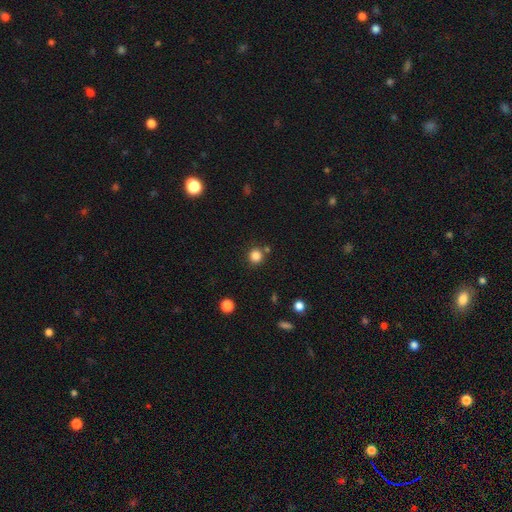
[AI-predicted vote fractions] smooth-or-featured: smooth: 83% | star or artifact: 13% | featured or disk: 4%
  how-rounded: round: 91% | in between: 8% | cigar-shaped: 1%
  merging: none: 80% | minor disturbance: 8% | merger: 8% | major disturbance: 3%